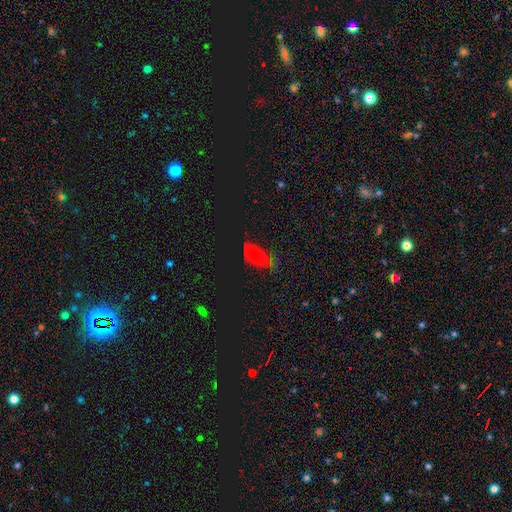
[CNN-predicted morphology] A smooth galaxy with no disk features (53%) that is in between round and cigar-shaped (76%). Merging: none (38%).